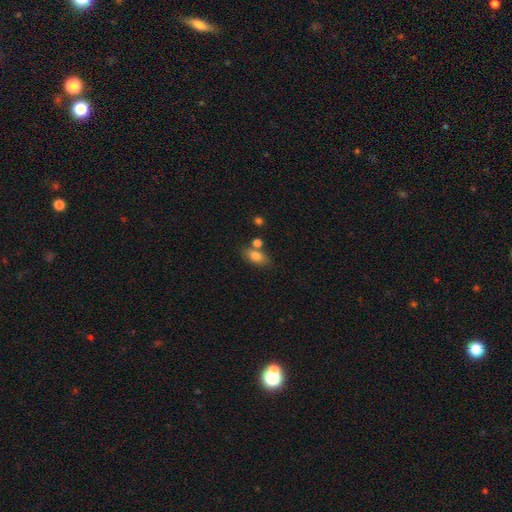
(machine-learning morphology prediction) Smooth or featured? smooth (79%)
How rounded? in between (83%)
Merging? none (63%)